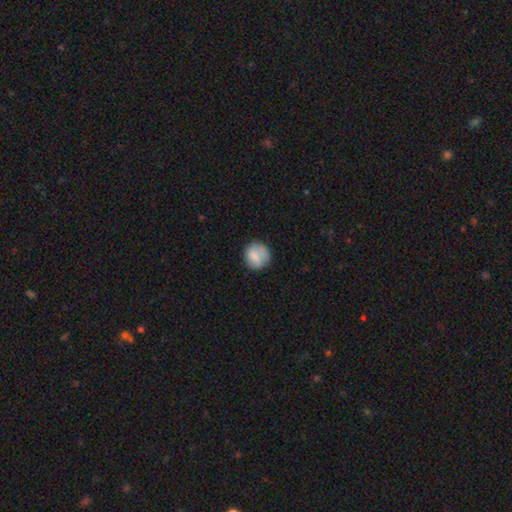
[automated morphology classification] This is clearly a smooth galaxy (82%). How rounded: clearly round (84%). Merging: likely none (75%).